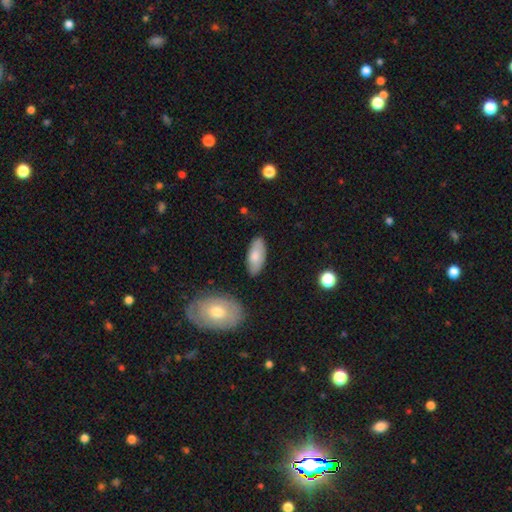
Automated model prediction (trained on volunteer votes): A smooth galaxy with no disk features (75%) that is in between round and cigar-shaped (88%).

Vote fractions:
- Smooth or featured? smooth: 75% / featured or disk: 20% / star or artifact: 6%
- How rounded? in between: 88% / cigar-shaped: 10% / round: 2%
- Merging? none: 81% / minor disturbance: 14% / major disturbance: 3% / merger: 2%